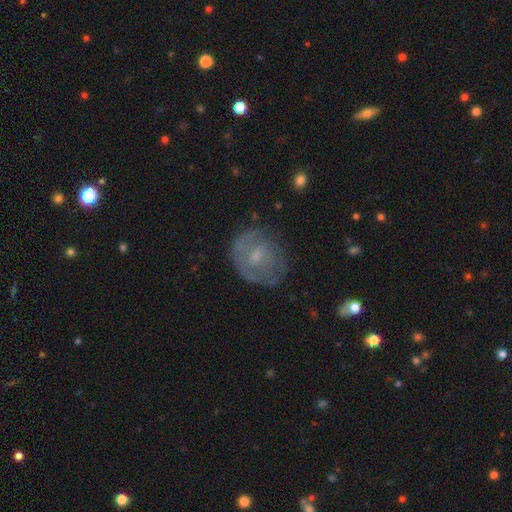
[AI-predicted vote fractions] Smooth or featured?
  - featured or disk: 56% *
  - smooth: 34%
  - star or artifact: 10%
Edge-on disk?
  - no: 96% *
  - yes: 4%
Bar?
  - no: 52% *
  - weak: 40%
  - strong: 7%
Spiral arms?
  - yes: 62% *
  - no: 38%
Bulge size?
  - small: 54% *
  - moderate: 33%
  - none: 10%
  - large: 2%
  - dominant: 1%
Merging?
  - none: 66% *
  - minor disturbance: 22%
  - major disturbance: 11%
  - merger: 2%